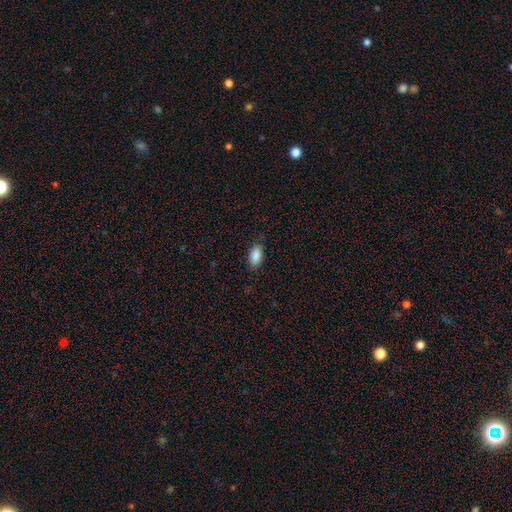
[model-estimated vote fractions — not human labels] This is clearly a smooth galaxy (88%). How rounded: clearly in between (92%). Merging: clearly none (81%).